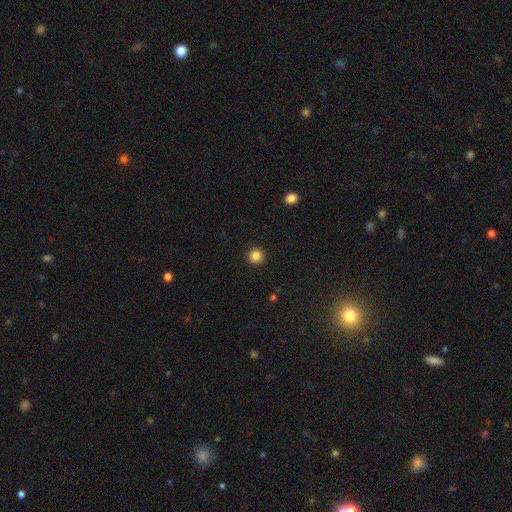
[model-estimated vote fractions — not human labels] Smooth or featured: smooth — 85% (star or artifact — 12%)
How rounded: round — 95% (in between — 4%)
Merging: none — 93% (minor disturbance — 5%)